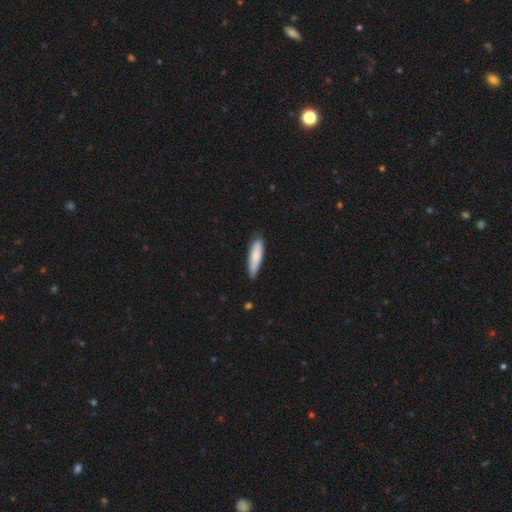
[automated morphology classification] Overall: smooth (82%). How rounded: cigar-shaped (72%). Merging: none (80%).